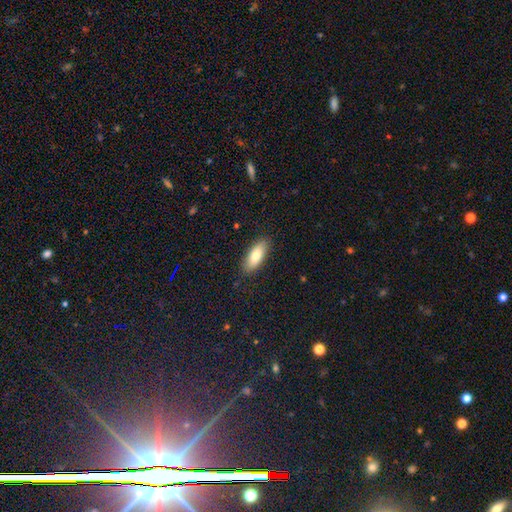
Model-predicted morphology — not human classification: smooth 79%, featured or disk 15%, star or artifact 6%. Down the decision tree: how rounded — in between (76%); merging — none (87%).